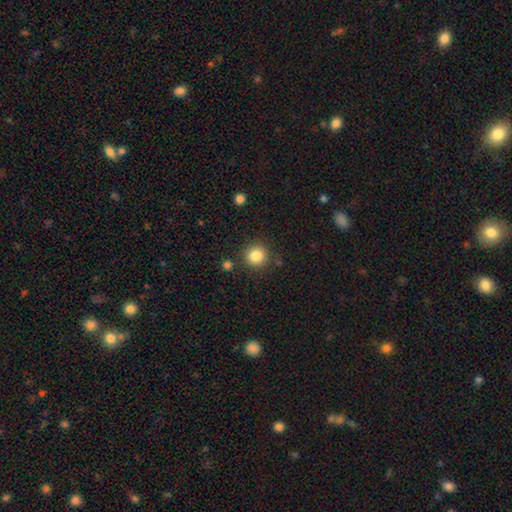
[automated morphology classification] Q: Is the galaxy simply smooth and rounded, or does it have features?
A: smooth — 85%.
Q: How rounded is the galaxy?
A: round — 91%.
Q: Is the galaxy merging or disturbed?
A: none — 86%.